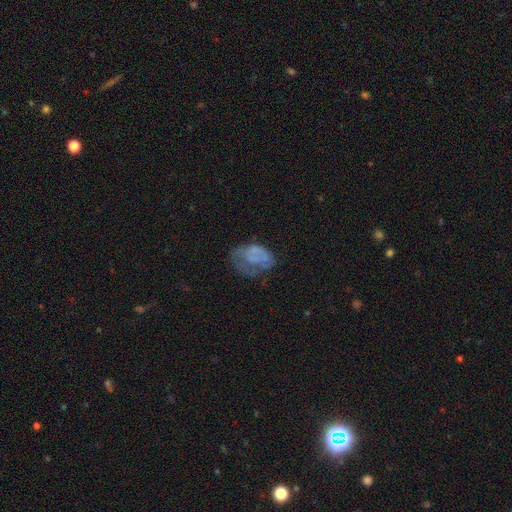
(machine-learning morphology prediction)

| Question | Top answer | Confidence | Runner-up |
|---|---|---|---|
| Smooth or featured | smooth | 48% | featured or disk (40%) |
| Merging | major disturbance | 37% | none (33%) |